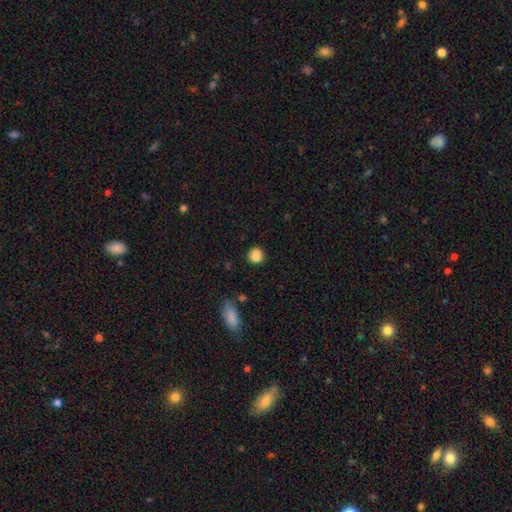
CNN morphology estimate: type=smooth (81%); roundness=round (80%); merging=none (58%).